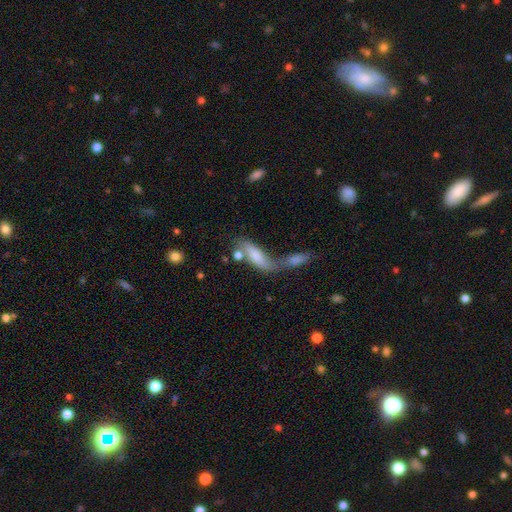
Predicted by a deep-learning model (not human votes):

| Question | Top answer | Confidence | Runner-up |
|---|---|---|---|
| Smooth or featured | smooth | 71% | featured or disk (21%) |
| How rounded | in between | 61% | cigar-shaped (36%) |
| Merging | merger | 55% | none (25%) |